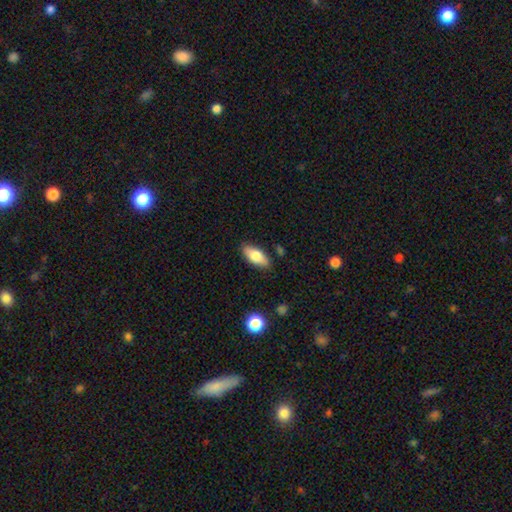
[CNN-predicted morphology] smooth-or-featured: smooth: 75% | featured or disk: 19% | star or artifact: 7%
  how-rounded: in between: 84% | cigar-shaped: 13% | round: 3%
  merging: none: 86% | minor disturbance: 10% | major disturbance: 2% | merger: 2%